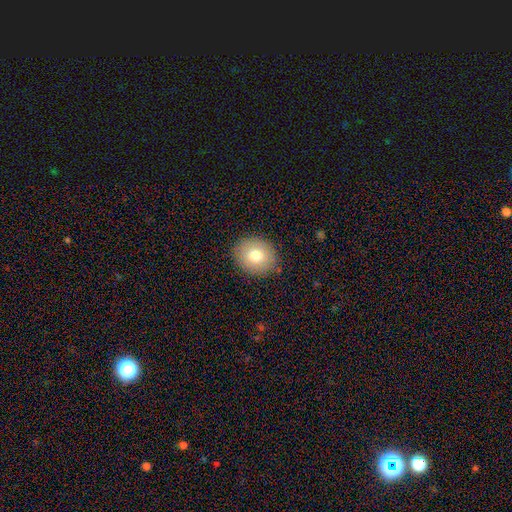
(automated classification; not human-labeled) Smooth or featured: smooth — 76% (featured or disk — 15%)
How rounded: round — 67% (in between — 32%)
Merging: none — 87% (minor disturbance — 9%)